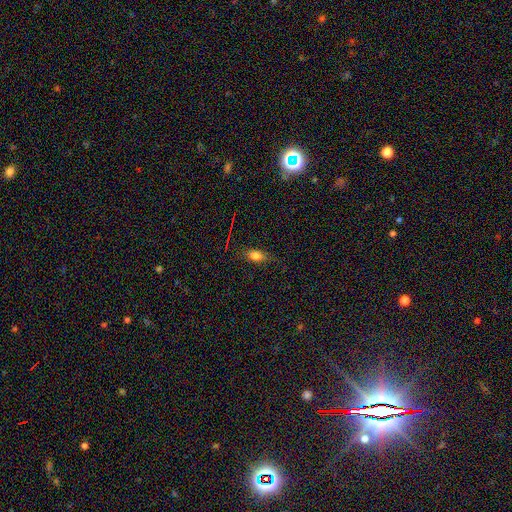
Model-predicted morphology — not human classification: type=smooth (74%); roundness=in between (80%); merging=none (77%).